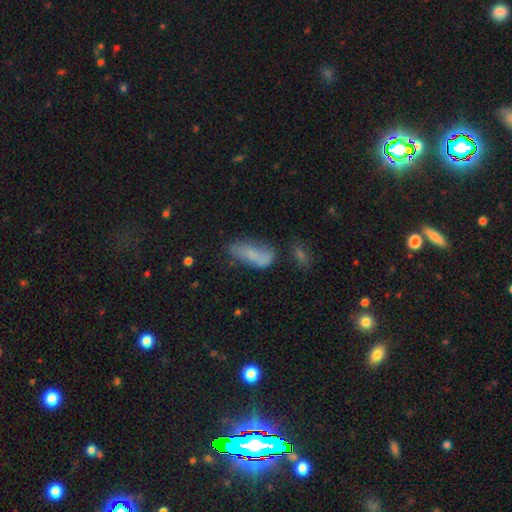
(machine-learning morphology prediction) Smooth or featured? Predicted: smooth (p=0.66). How rounded? Predicted: in between (p=0.70). Merging? Predicted: none (p=0.36).